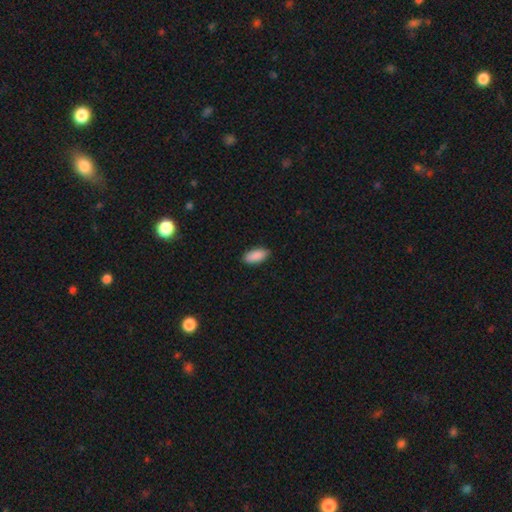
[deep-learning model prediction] Smooth or featured?
  - smooth: 91% *
  - star or artifact: 6%
  - featured or disk: 3%
How rounded?
  - in between: 90% *
  - cigar-shaped: 8%
  - round: 2%
Merging?
  - none: 88% *
  - minor disturbance: 10%
  - major disturbance: 2%
  - merger: 1%